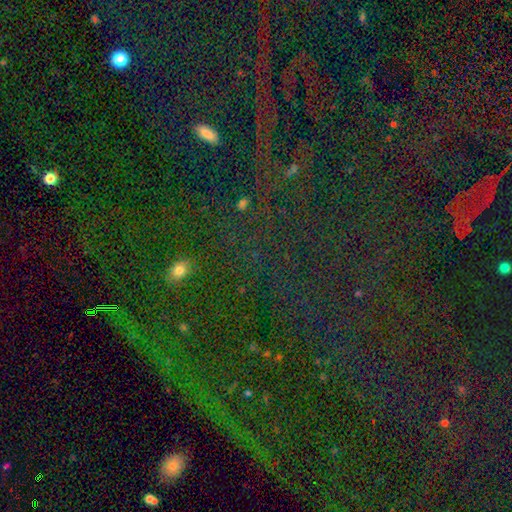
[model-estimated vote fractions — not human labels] Overall: star or artifact (80%).